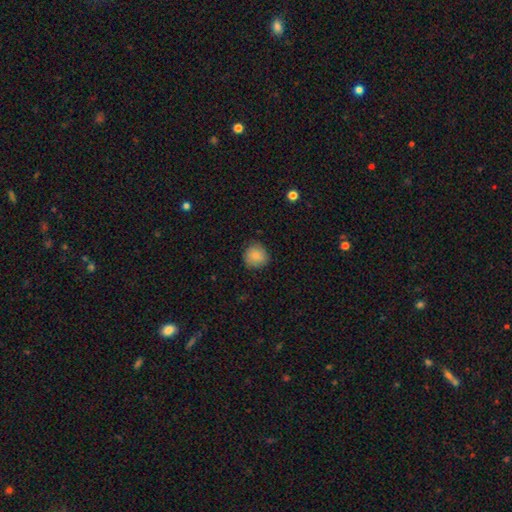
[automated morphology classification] Smooth or featured: smooth — 86% (star or artifact — 8%)
How rounded: round — 90% (in between — 9%)
Merging: none — 85% (minor disturbance — 12%)